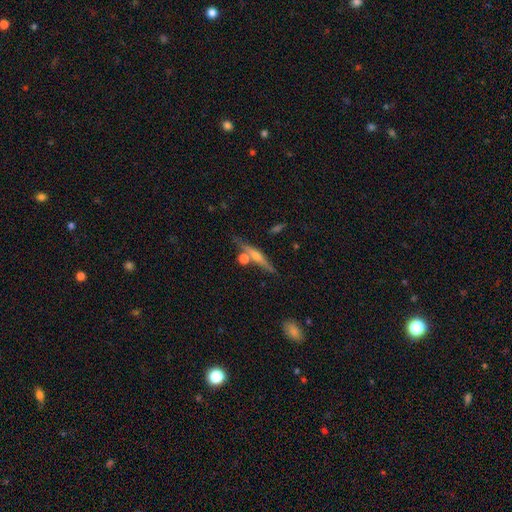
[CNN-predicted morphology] This is possibly a featured or disk galaxy (59%). It is clearly viewed edge-on (94%). Edge-on bulge: likely rounded (77%). Merging: likely none (69%).